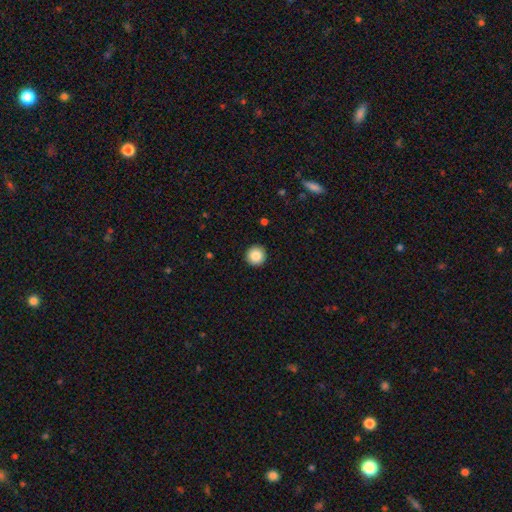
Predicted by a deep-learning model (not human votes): A smooth galaxy with no disk features (87%) that is round (96%).

Vote fractions:
- Smooth or featured? smooth: 87% / star or artifact: 9% / featured or disk: 4%
- How rounded? round: 96% / in between: 3% / cigar-shaped: 1%
- Merging? none: 93% / minor disturbance: 5% / major disturbance: 1% / merger: 1%